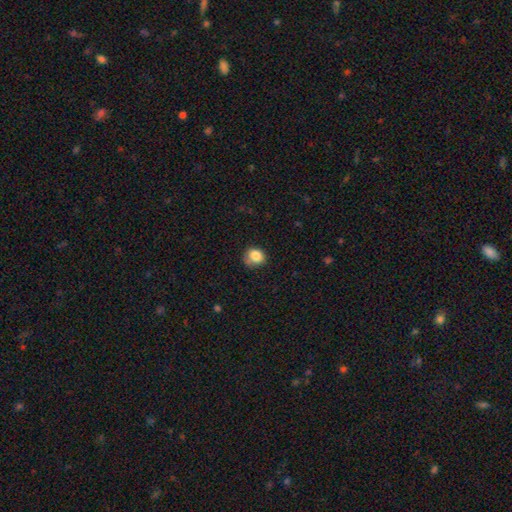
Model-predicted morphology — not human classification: Overall: smooth (84%). How rounded: round (70%). Merging: none (64%; minor disturbance 27%).